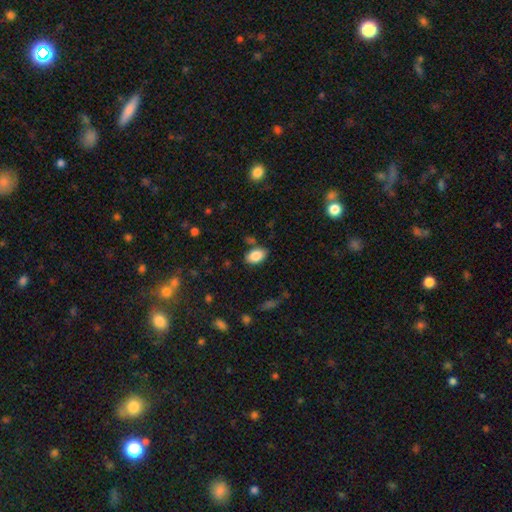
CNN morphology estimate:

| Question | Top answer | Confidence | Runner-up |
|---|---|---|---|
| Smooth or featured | smooth | 86% | star or artifact (8%) |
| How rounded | in between | 91% | round (7%) |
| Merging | none | 79% | minor disturbance (13%) |